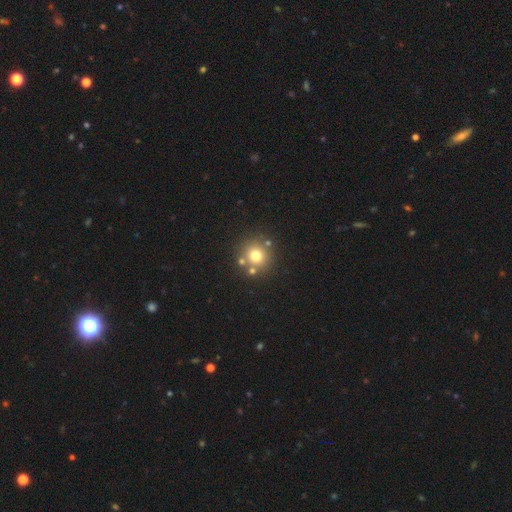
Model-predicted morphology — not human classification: smooth_or_featured: smooth (p=0.72) [alt: star or artifact p=0.15]
how_rounded: round (p=0.92) [alt: in between p=0.07]
merging: none (p=0.77) [alt: merger p=0.12]